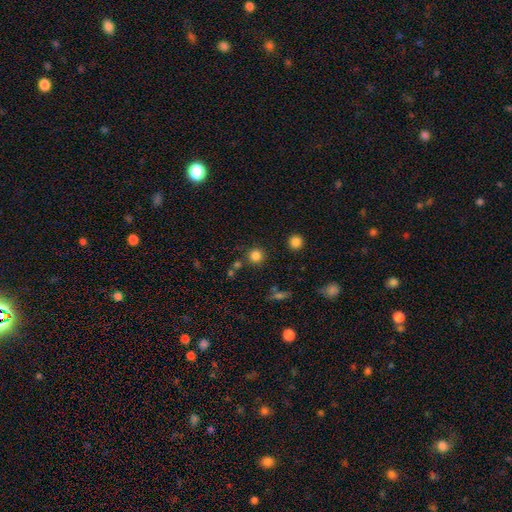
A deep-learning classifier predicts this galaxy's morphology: A smooth galaxy with no disk features (82%) that is round (93%). Merging: none (81%).